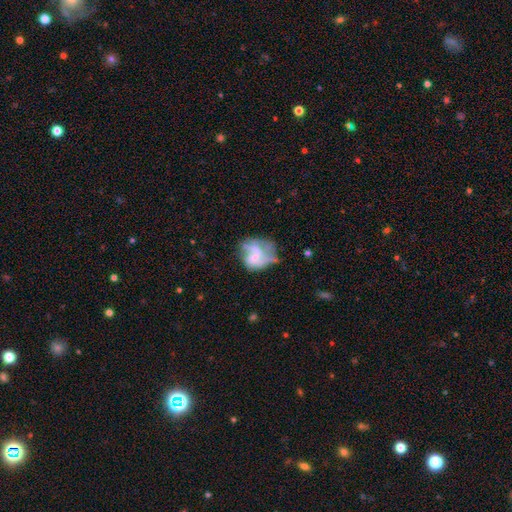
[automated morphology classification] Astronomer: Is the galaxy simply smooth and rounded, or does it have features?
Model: featured or disk — 59%.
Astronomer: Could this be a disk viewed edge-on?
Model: no — 98%.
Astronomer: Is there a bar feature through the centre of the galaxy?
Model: no — 71%.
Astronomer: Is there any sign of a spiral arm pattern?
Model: yes — 59% (runner-up: no, 41%).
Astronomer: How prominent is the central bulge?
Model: small — 43% (runner-up: none, 26%).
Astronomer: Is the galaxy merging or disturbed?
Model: major disturbance — 35% (runner-up: none, 32%).